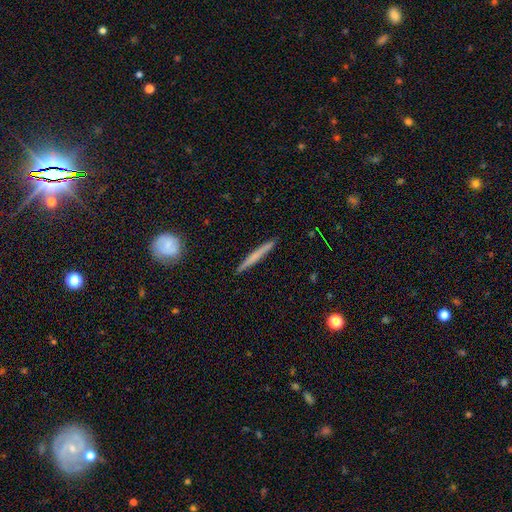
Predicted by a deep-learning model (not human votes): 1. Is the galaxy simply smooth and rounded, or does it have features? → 52% smooth, 42% featured or disk, 6% star or artifact.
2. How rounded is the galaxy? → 96% cigar-shaped, 2% in between, 2% round.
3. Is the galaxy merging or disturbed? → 91% none, 7% minor disturbance, 1% major disturbance, 1% merger.